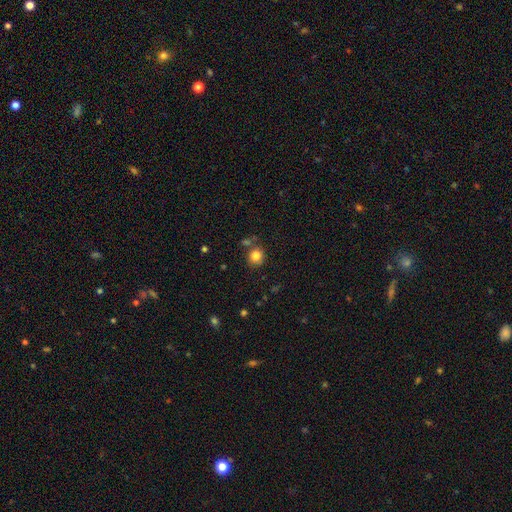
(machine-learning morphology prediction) The model was most divided on "merging": none: 73%, minor disturbance: 12%, merger: 10%, major disturbance: 4%. More confident: smooth or featured — smooth (84%); how rounded — round (83%).